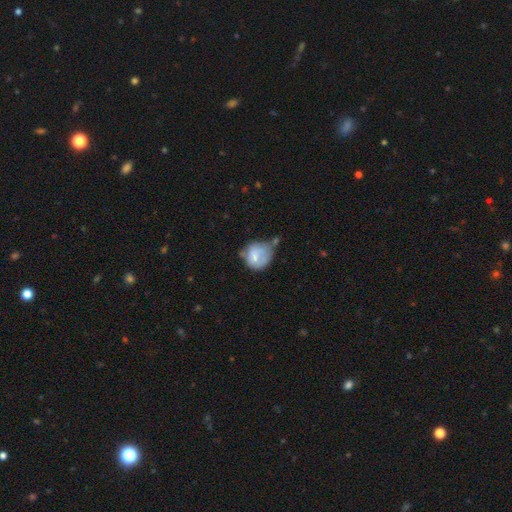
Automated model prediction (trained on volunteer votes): Morphology: type=smooth (69%); roundness=round (70%); merging=minor disturbance (35%).